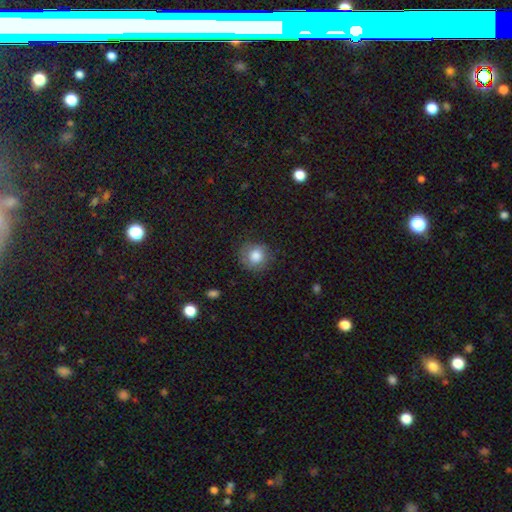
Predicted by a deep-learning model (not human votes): smooth_or_featured: smooth (p=0.81) [alt: featured or disk p=0.10]
how_rounded: round (p=0.88) [alt: in between p=0.11]
merging: none (p=0.79) [alt: minor disturbance p=0.15]